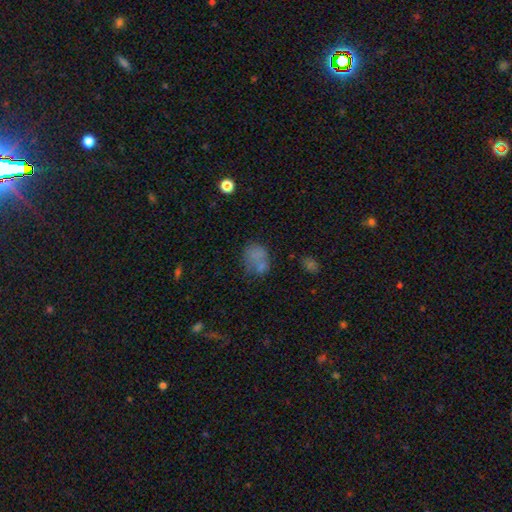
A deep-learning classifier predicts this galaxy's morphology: Smooth or featured: smooth — 68% (featured or disk — 18%)
How rounded: round — 50% (in between — 49%)
Merging: none — 43% (merger — 22%)